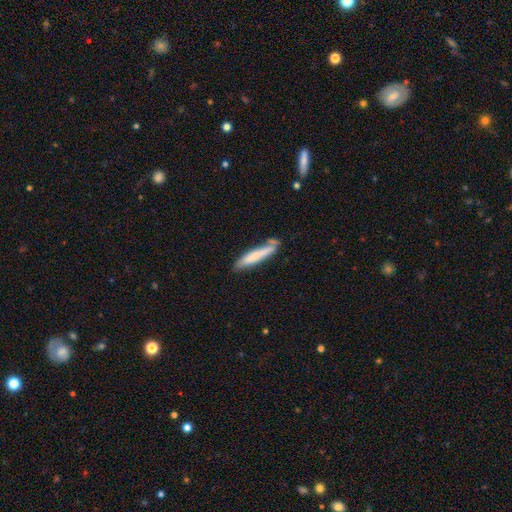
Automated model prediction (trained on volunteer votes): Morphology: type=smooth (74%); roundness=cigar-shaped (91%); merging=none (68%).